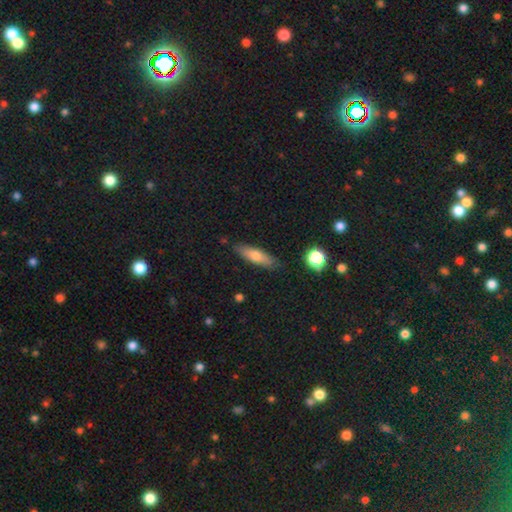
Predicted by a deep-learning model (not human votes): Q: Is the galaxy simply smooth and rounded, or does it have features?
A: smooth — 65%.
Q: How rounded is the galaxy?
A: cigar-shaped — 60%.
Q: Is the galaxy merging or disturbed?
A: none — 85%.